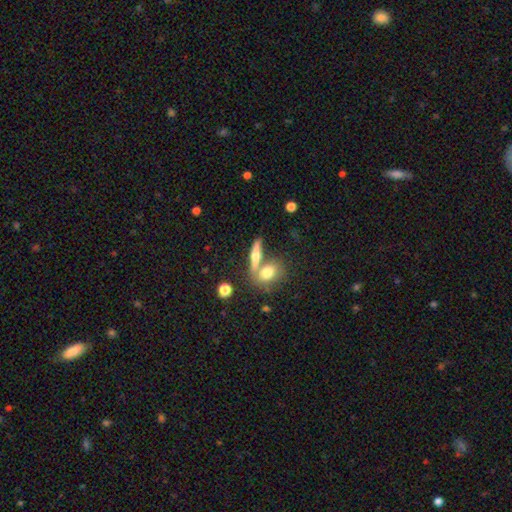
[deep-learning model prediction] A smooth galaxy with no disk features (47%).

Vote fractions:
- Smooth or featured? smooth: 47% / featured or disk: 45% / star or artifact: 8%
- Merging? none: 56% / merger: 30% / minor disturbance: 10% / major disturbance: 4%